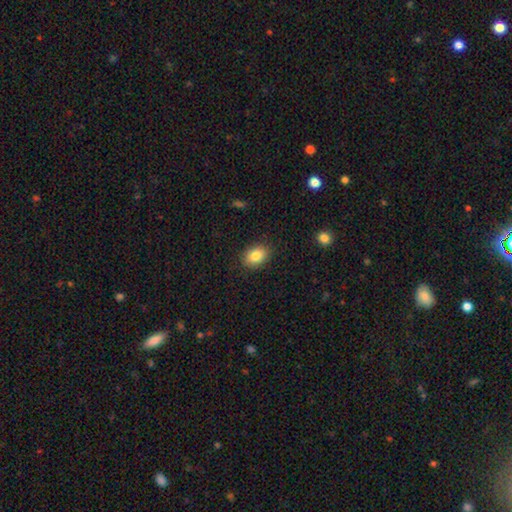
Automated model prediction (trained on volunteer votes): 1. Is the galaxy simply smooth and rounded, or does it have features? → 84% smooth, 8% star or artifact, 8% featured or disk.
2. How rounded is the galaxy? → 78% in between, 21% round, 1% cigar-shaped.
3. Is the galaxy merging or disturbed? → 87% none, 9% minor disturbance, 2% major disturbance, 1% merger.